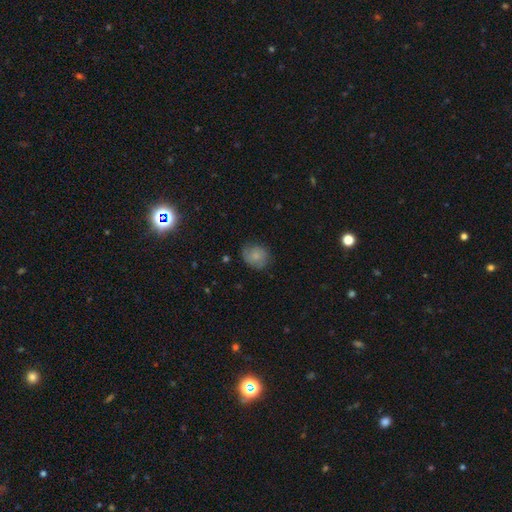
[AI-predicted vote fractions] A smooth galaxy with no disk features (73%) that is round (72%). Merging: none (67%).